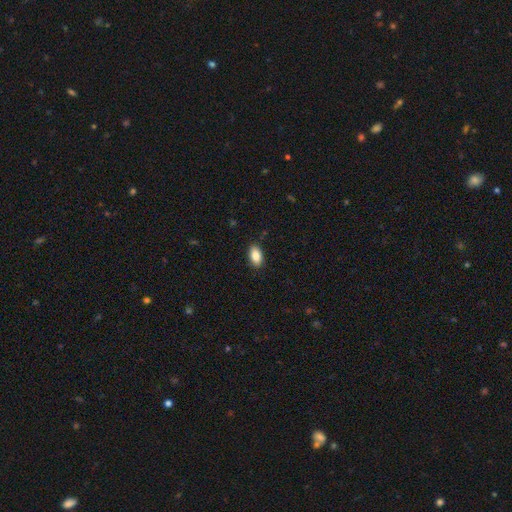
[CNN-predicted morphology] Overall: smooth (86%). How rounded: in between (92%). Merging: none (88%).